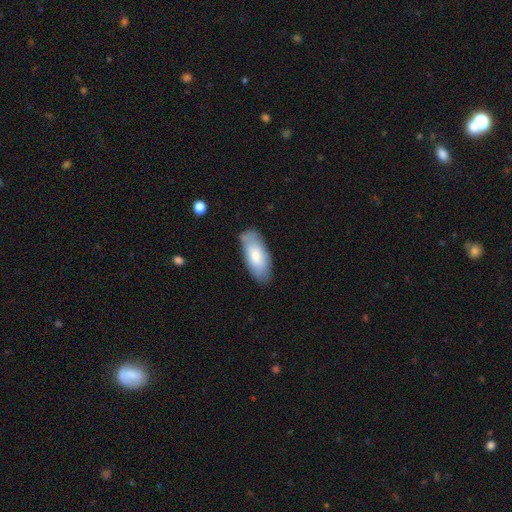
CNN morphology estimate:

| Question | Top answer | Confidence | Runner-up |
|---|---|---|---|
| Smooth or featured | smooth | 76% | featured or disk (18%) |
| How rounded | in between | 89% | cigar-shaped (9%) |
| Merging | none | 78% | minor disturbance (17%) |